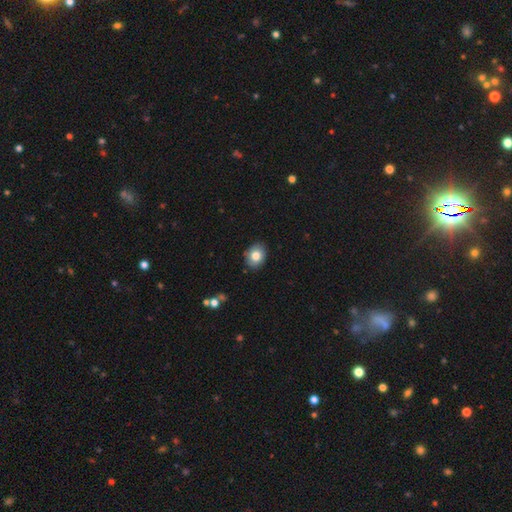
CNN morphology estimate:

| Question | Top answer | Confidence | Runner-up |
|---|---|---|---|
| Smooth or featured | smooth | 80% | featured or disk (11%) |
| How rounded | in between | 56% | round (43%) |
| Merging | none | 85% | minor disturbance (11%) |